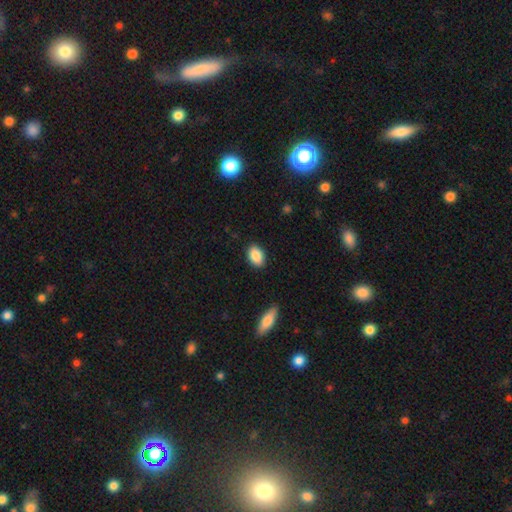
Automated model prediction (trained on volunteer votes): Q: Smooth or featured?
A: smooth (88%); runner-up: star or artifact (7%)
Q: How rounded?
A: in between (86%); runner-up: round (12%)
Q: Merging?
A: none (88%); runner-up: minor disturbance (9%)